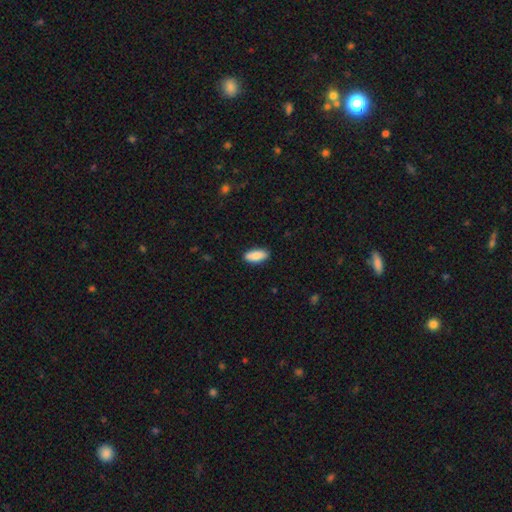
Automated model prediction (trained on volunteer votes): The model was most divided on "how rounded": in between: 84%, cigar-shaped: 14%, round: 2%. More confident: merging — none (88%); smooth or featured — smooth (88%).